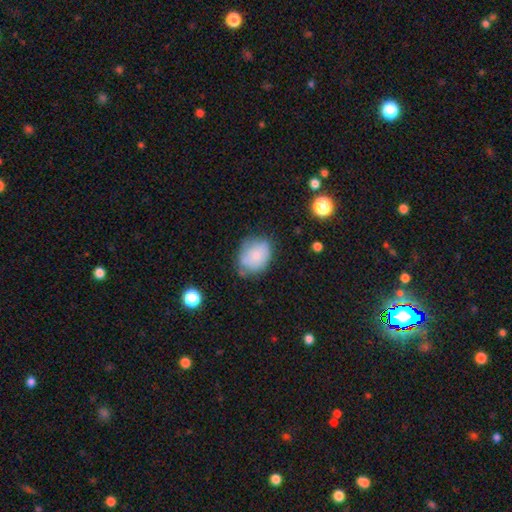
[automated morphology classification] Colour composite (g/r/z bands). It shows a smooth galaxy with no disk features (73%) that is in between round and cigar-shaped (58%). Merging: none (56%).